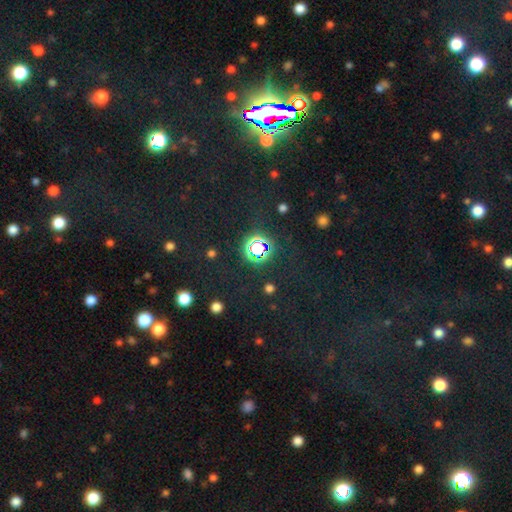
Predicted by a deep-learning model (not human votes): This appears to be a star or artifact, not a galaxy (73%).